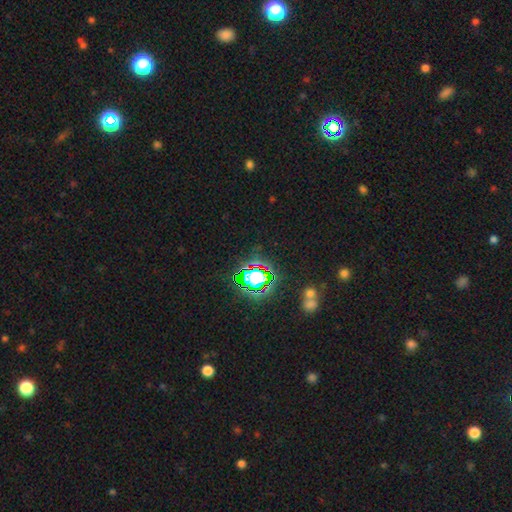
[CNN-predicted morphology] Smooth or featured?
  - star or artifact: 79% *
  - smooth: 13%
  - featured or disk: 8%